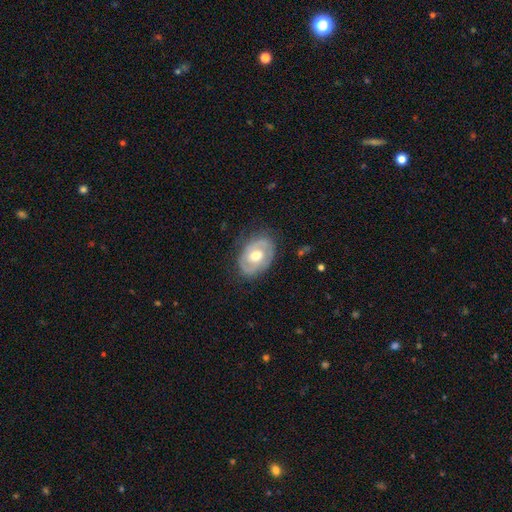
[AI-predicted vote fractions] A featured or disk galaxy (70%) with no bar (60%), spiral arms (71%) and a moderate central bulge (71%). Merging: none (76%).